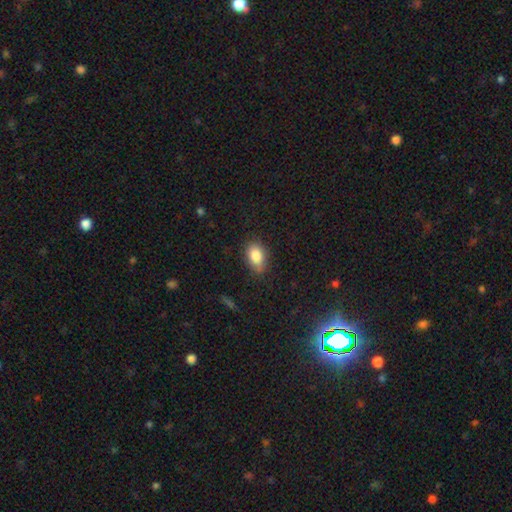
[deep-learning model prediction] This is clearly a smooth galaxy (84%). How rounded: clearly in between (84%). Merging: likely none (75%).